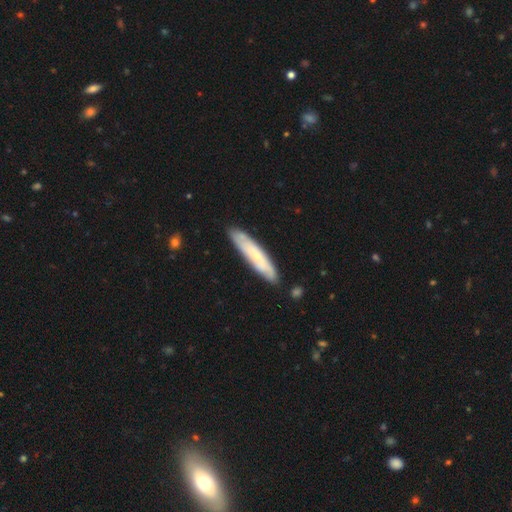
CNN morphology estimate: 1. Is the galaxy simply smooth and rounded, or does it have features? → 56% smooth, 38% featured or disk, 6% star or artifact.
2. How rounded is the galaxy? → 87% cigar-shaped, 11% in between, 1% round.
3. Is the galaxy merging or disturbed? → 85% none, 11% minor disturbance, 2% merger, 2% major disturbance.